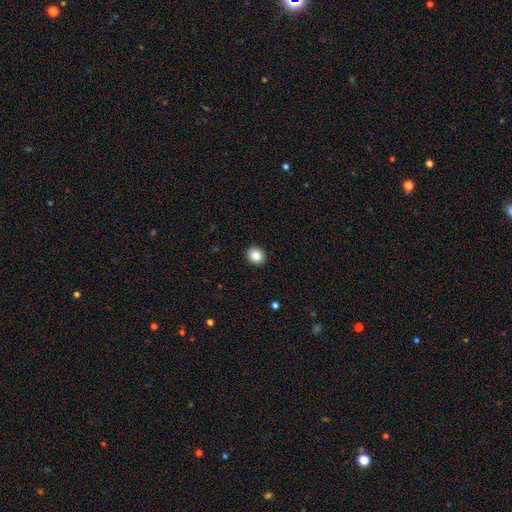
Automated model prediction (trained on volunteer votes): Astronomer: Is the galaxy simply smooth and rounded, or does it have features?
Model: smooth — 86%.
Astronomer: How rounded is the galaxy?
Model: round — 78%.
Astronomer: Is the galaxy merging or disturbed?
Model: none — 92%.